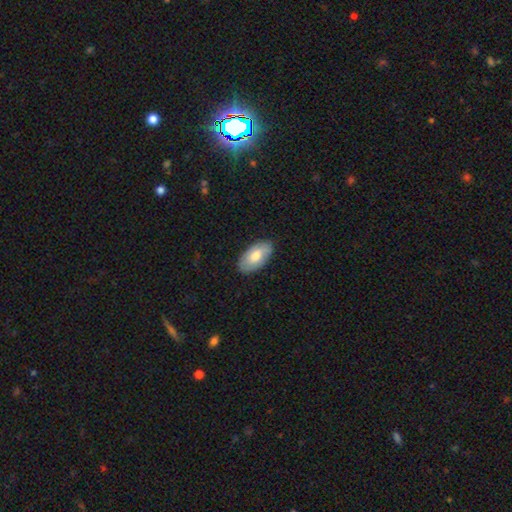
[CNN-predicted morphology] Q: Smooth or featured?
A: smooth (70%); runner-up: featured or disk (25%)
Q: How rounded?
A: in between (95%); runner-up: cigar-shaped (2%)
Q: Merging?
A: none (85%); runner-up: minor disturbance (12%)